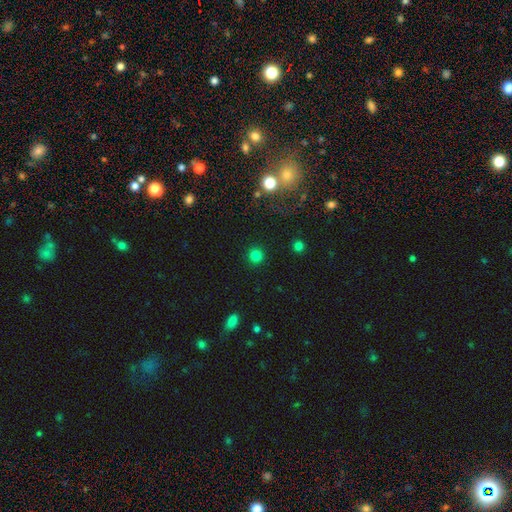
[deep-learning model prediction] Smooth or featured? Predicted: smooth (p=0.80). How rounded? Predicted: round (p=0.95). Merging? Predicted: none (p=0.92).